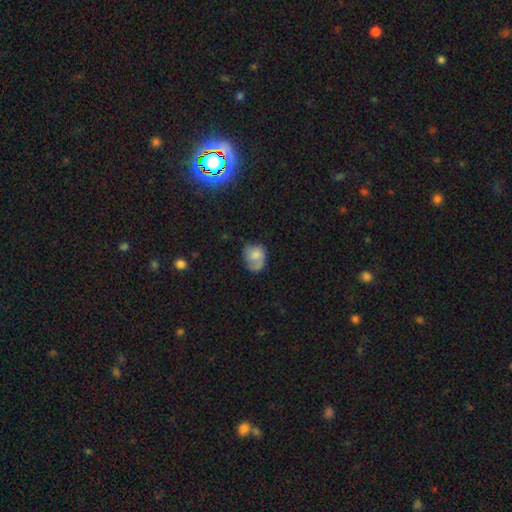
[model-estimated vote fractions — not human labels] A smooth galaxy with no disk features (59%) that is in between round and cigar-shaped (52%).

Vote fractions:
- Smooth or featured? smooth: 59% / featured or disk: 33% / star or artifact: 8%
- How rounded? in between: 52% / round: 47% / cigar-shaped: 1%
- Merging? none: 45% / minor disturbance: 31% / major disturbance: 21% / merger: 3%